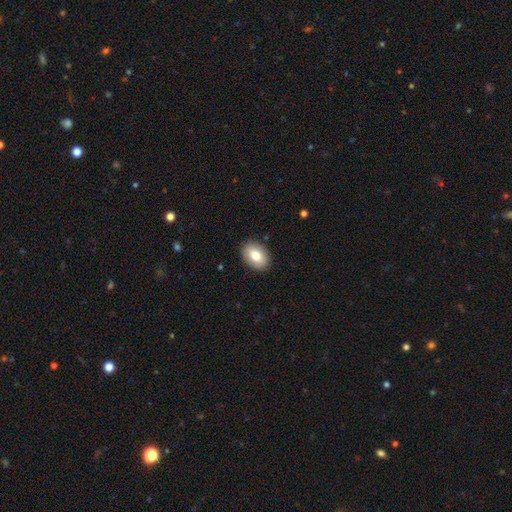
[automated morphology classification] The model was most divided on "how rounded": in between: 82%, round: 17%, cigar-shaped: 1%. More confident: merging — none (89%); smooth or featured — smooth (81%).